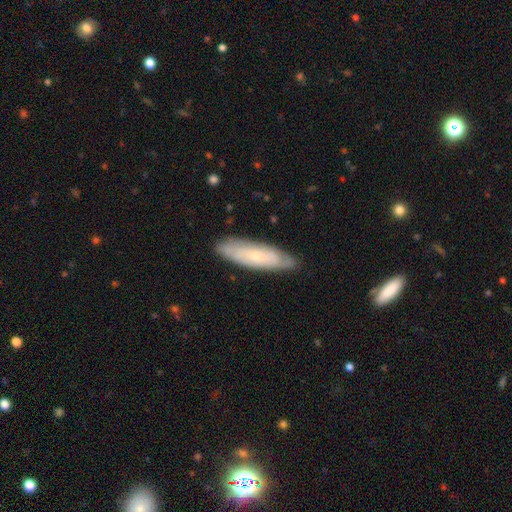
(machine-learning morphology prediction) smooth_or_featured: featured or disk (p=0.48) [alt: smooth p=0.46]
merging: none (p=0.81) [alt: minor disturbance p=0.15]